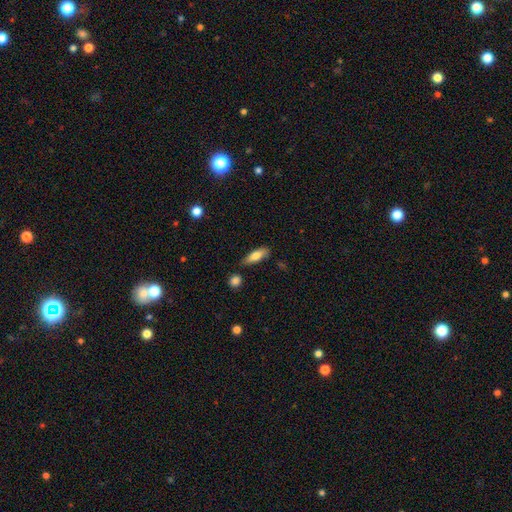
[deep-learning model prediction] This is likely a smooth galaxy (74%). How rounded: possibly in between (60%). Merging: likely none (73%).